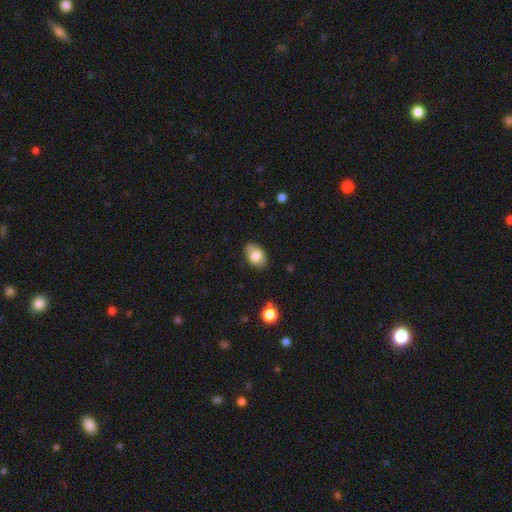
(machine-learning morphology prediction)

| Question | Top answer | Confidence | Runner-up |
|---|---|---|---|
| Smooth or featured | smooth | 74% | featured or disk (18%) |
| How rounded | in between | 85% | round (14%) |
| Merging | none | 74% | minor disturbance (18%) |